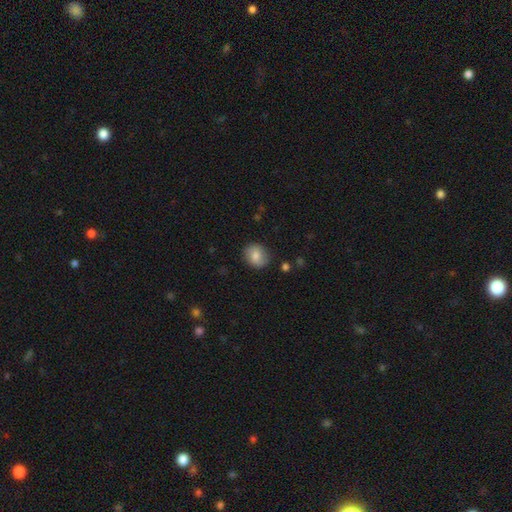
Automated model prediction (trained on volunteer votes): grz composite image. It shows a smooth galaxy with no disk features (78%) that is round (69%). Merging: none (84%).